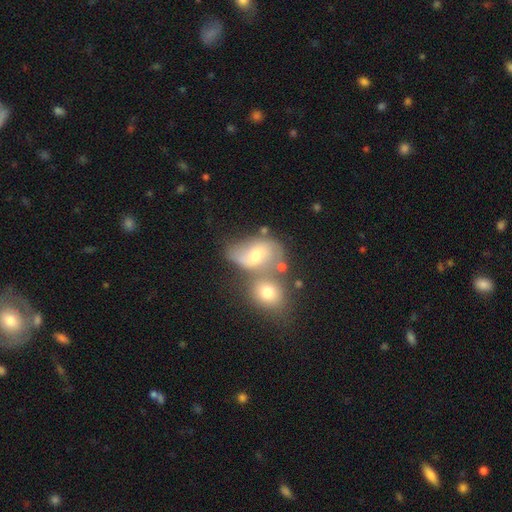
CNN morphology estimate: smooth-or-featured: featured or disk: 53% | smooth: 36% | star or artifact: 11%
  disk-edge-on: no: 96% | yes: 4%
    bar: no: 53% | weak: 36% | strong: 11%
    has-spiral-arms: yes: 75% | no: 25%
    bulge-size: moderate: 59% | small: 31% | large: 6% | none: 2% | dominant: 2%
  merging: merger: 48% | none: 30% | minor disturbance: 13% | major disturbance: 10%